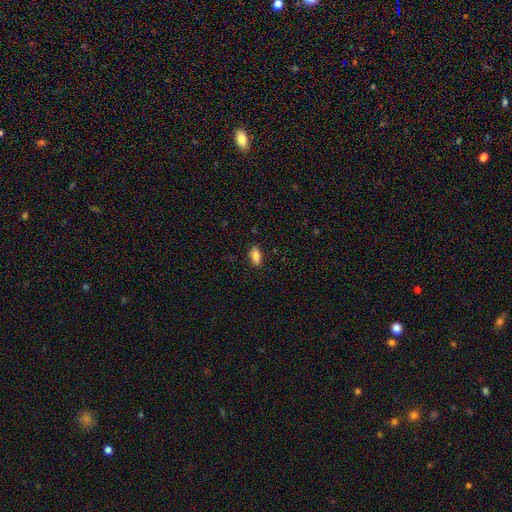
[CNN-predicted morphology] A smooth galaxy with no disk features (83%) that is in between round and cigar-shaped (83%). Merging: none (86%).